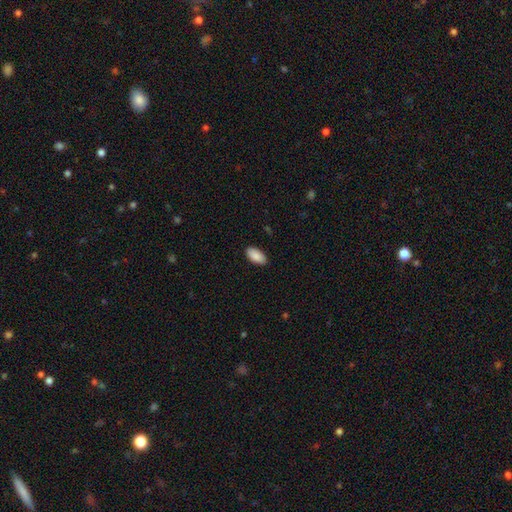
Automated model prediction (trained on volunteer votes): Smooth or featured: smooth — 90% (star or artifact — 6%)
How rounded: in between — 94% (cigar-shaped — 4%)
Merging: none — 88% (minor disturbance — 9%)